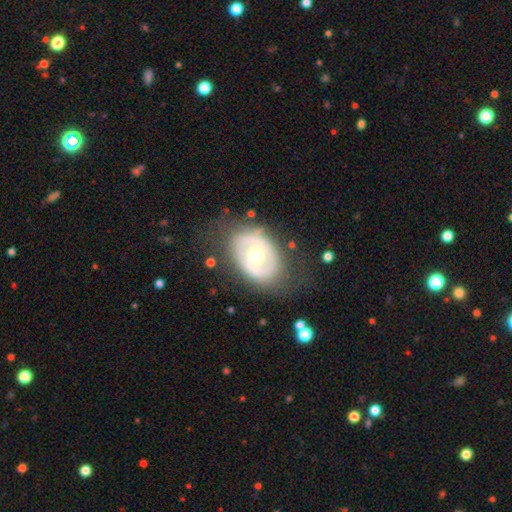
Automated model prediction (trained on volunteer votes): Overall: featured or disk (62%; smooth 33%). Edge-on disk: no (93%). Bar: no (70%). Spiral arms: no (79%). Bulge size: moderate (71%). Merging: none (72%).